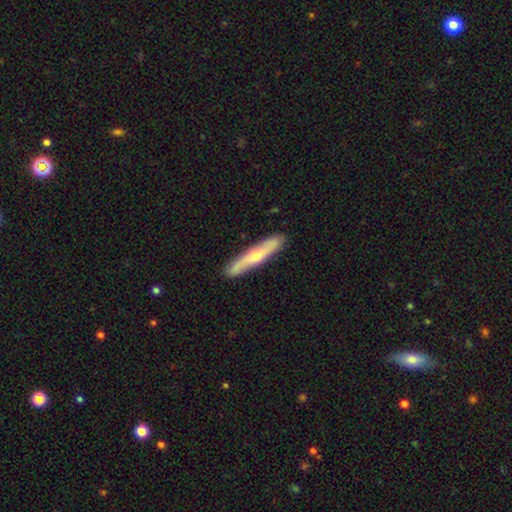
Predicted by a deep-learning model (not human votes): Smooth or featured: featured or disk — 52% (smooth — 43%)
Edge-on disk: yes — 78% (no — 22%)
Merging: none — 88% (minor disturbance — 9%)